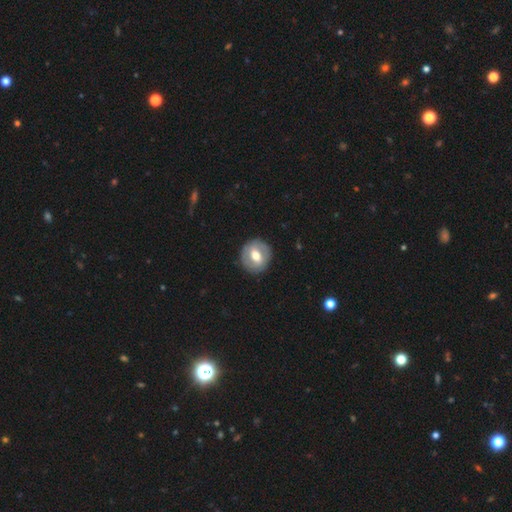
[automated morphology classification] smooth-or-featured: featured or disk: 54% | smooth: 40% | star or artifact: 6%
  disk-edge-on: no: 94% | yes: 6%
    bar: weak: 44% | strong: 33% | no: 23%
    has-spiral-arms: no: 59% | yes: 41%
    bulge-size: moderate: 74% | large: 15% | small: 9% | dominant: 1% | none: 1%
  merging: none: 87% | minor disturbance: 9% | major disturbance: 3% | merger: 1%